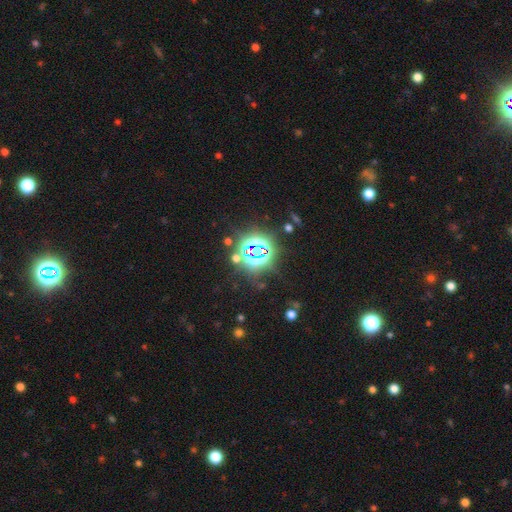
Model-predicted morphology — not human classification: The model was most divided on "smooth or featured": star or artifact: 77%, smooth: 14%, featured or disk: 9%.